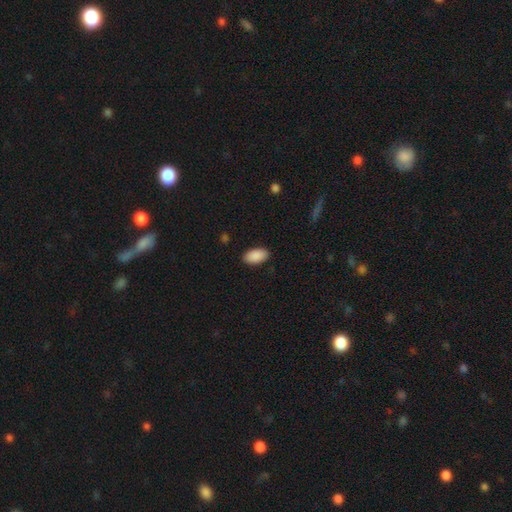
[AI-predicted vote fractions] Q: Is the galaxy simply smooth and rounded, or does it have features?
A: smooth — 91%.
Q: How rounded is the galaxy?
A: in between — 95%.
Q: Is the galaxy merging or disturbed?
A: none — 89%.